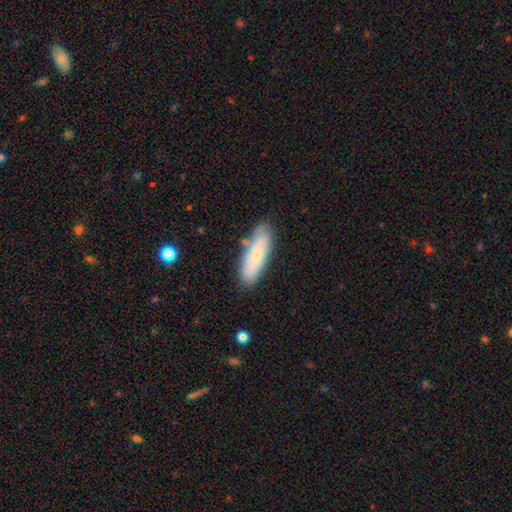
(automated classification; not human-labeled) Morphology: type=smooth (69%); roundness=cigar-shaped (52%); merging=none (77%).